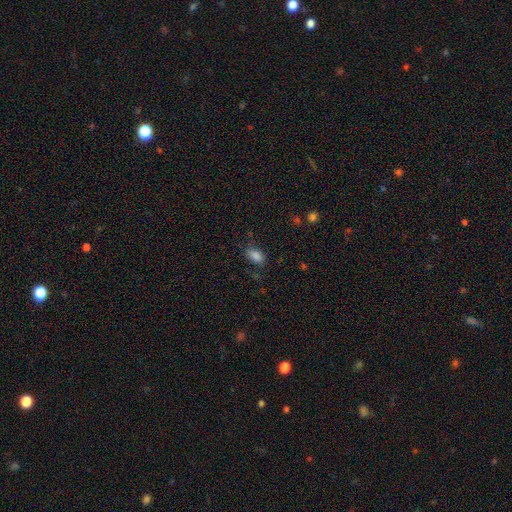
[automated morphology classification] A smooth galaxy with no disk features (85%) that is in between round and cigar-shaped (90%). Merging: none (76%).